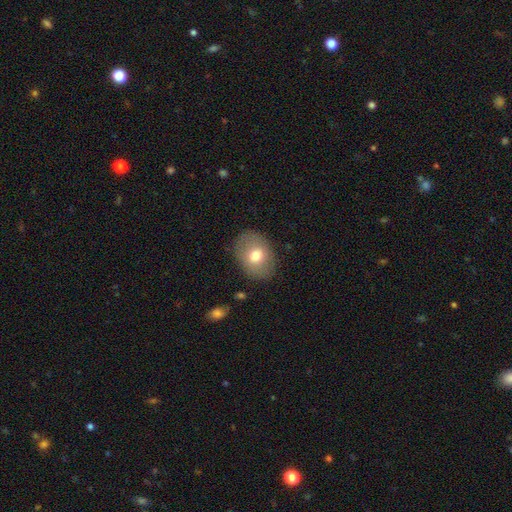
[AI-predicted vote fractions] smooth-or-featured: smooth: 72% | featured or disk: 20% | star or artifact: 8%
  how-rounded: in between: 67% | round: 32% | cigar-shaped: 1%
  merging: none: 83% | minor disturbance: 12% | major disturbance: 4% | merger: 1%